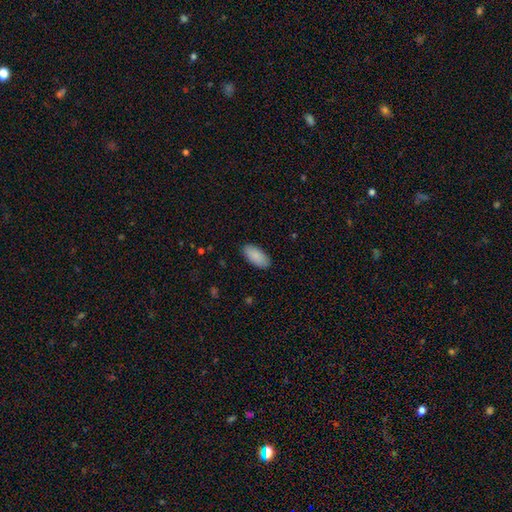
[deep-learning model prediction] Overall: smooth (90%). How rounded: in between (92%). Merging: none (89%).